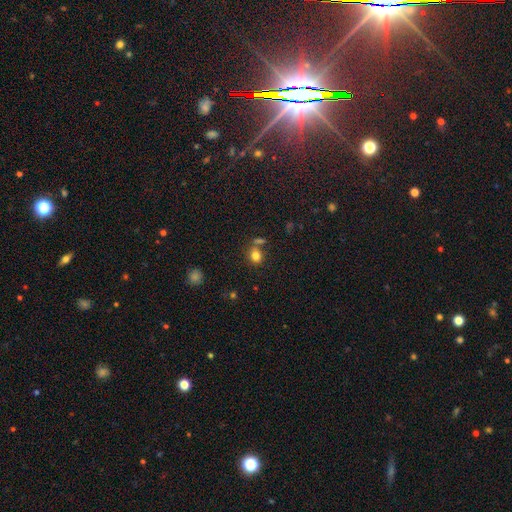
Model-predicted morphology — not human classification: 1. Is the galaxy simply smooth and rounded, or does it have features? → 80% smooth, 13% star or artifact, 7% featured or disk.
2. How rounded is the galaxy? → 74% round, 25% in between, 1% cigar-shaped.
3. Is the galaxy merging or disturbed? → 66% none, 18% merger, 12% minor disturbance, 4% major disturbance.